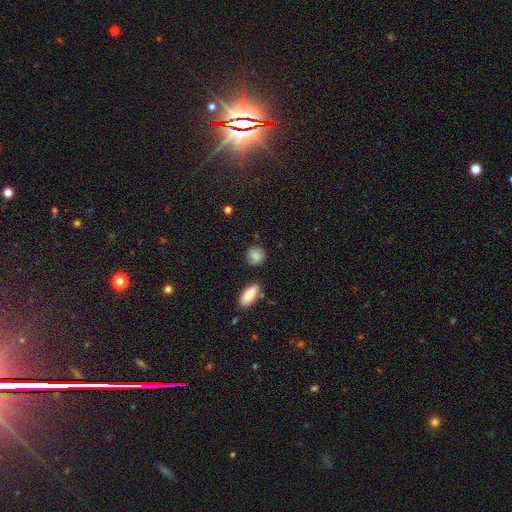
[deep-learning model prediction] Overall: smooth (76%). How rounded: round (76%). Merging: none (75%).